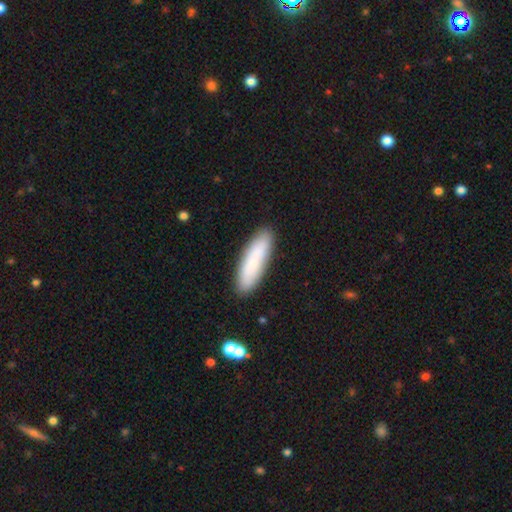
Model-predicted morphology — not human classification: A smooth galaxy with no disk features (79%) that is cigar-shaped (65%). Merging: none (87%).